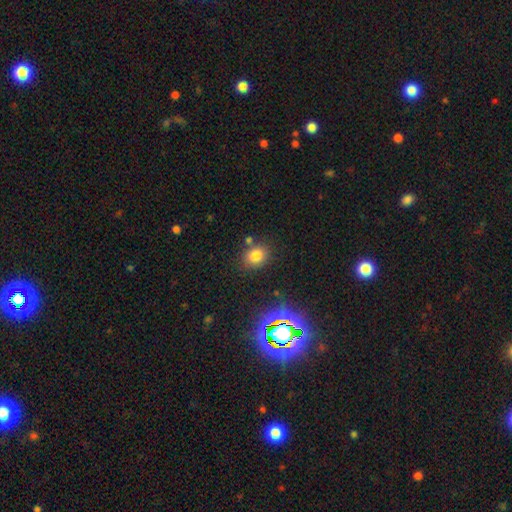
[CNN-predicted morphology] A smooth galaxy with no disk features (77%) that is in between round and cigar-shaped (51%).

Vote fractions:
- Smooth or featured? smooth: 77% / star or artifact: 16% / featured or disk: 7%
- How rounded? in between: 51% / round: 47% / cigar-shaped: 1%
- Merging? none: 76% / minor disturbance: 12% / merger: 8% / major disturbance: 4%